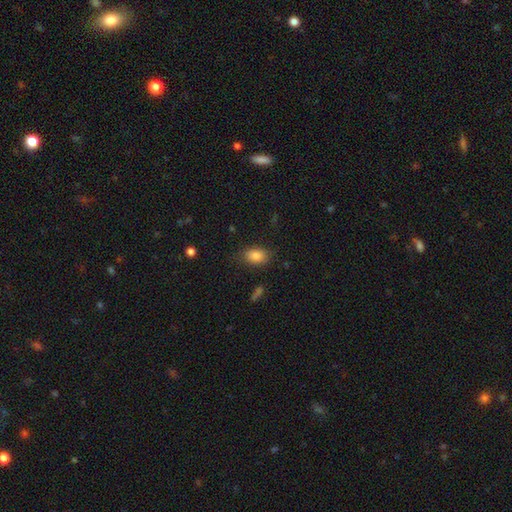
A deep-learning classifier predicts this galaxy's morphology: The model was most divided on "merging": none: 78%, minor disturbance: 16%, major disturbance: 4%, merger: 2%. More confident: smooth or featured — smooth (86%); how rounded — in between (84%).